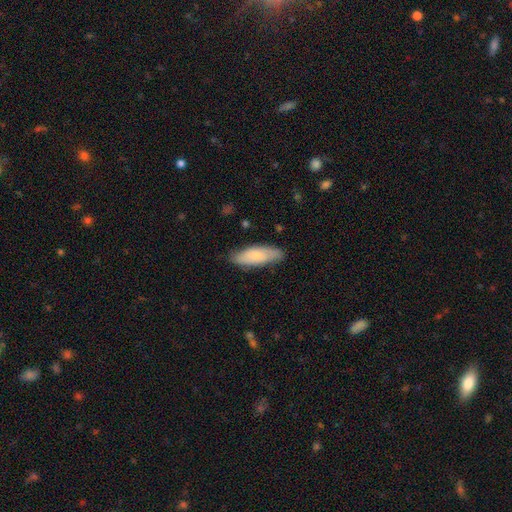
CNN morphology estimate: The model was most divided on "how rounded": in between: 60%, cigar-shaped: 38%, round: 2%. More confident: merging — none (79%); smooth or featured — smooth (74%).